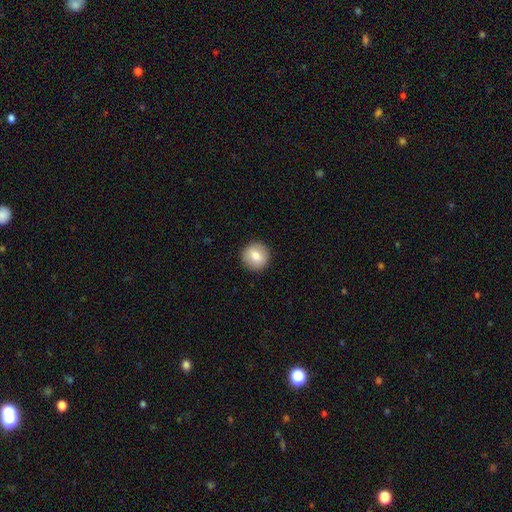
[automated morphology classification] Overall: smooth (77%). How rounded: round (94%). Merging: none (92%).